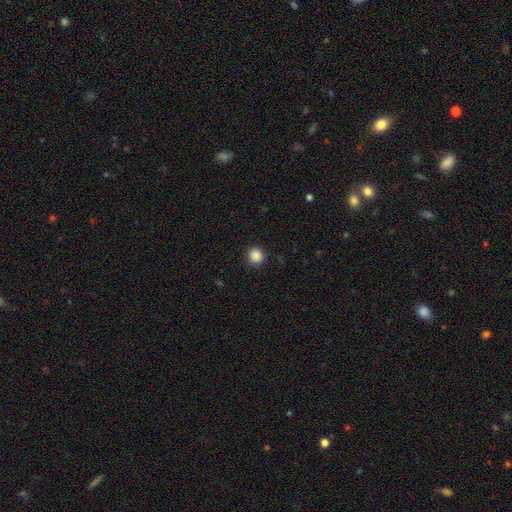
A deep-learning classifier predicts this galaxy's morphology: Smooth or featured? smooth (87%)
How rounded? round (92%)
Merging? none (90%)